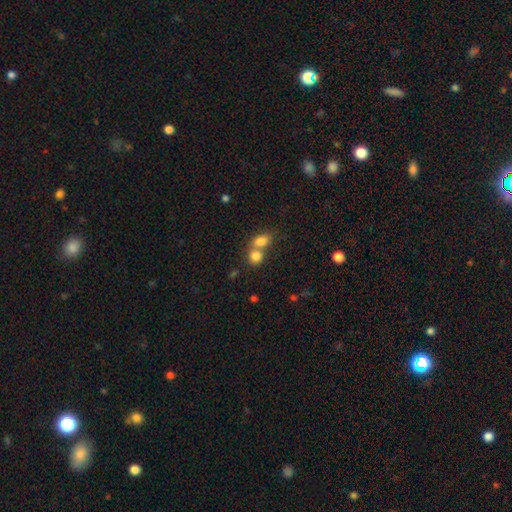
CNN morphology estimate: type=smooth (80%); roundness=round (65%); merging=merger (56%).